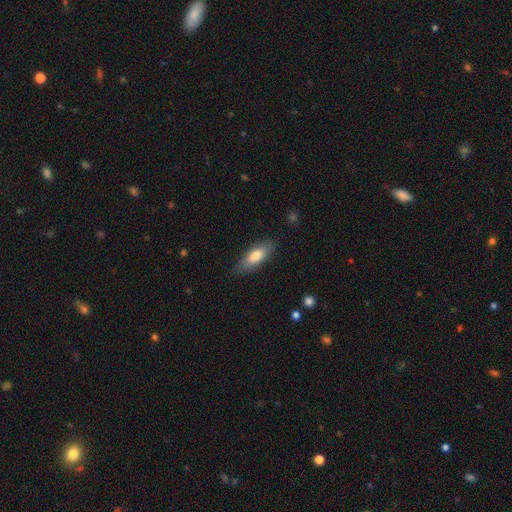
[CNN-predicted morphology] smooth 75%, featured or disk 19%, star or artifact 6%. Down the decision tree: how rounded — in between (66%); merging — none (81%).